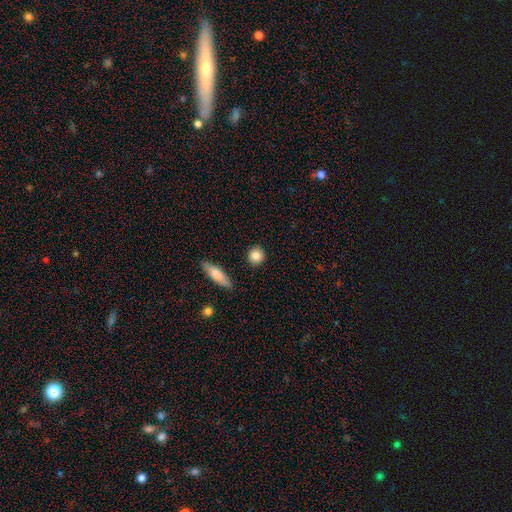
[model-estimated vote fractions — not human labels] A smooth galaxy with no disk features (84%) that is round (86%). Merging: none (90%).